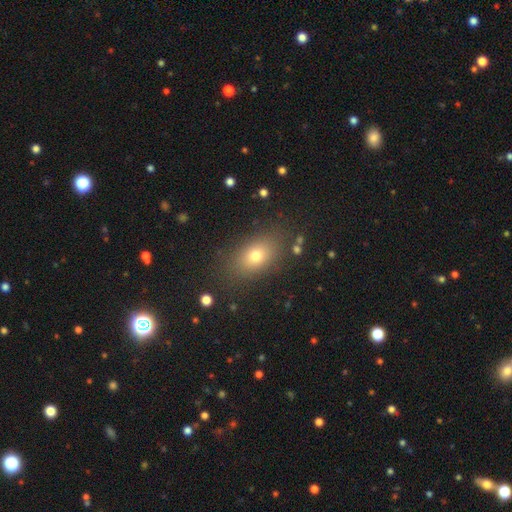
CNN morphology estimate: Overall: smooth (73%). How rounded: in between (77%). Merging: none (84%).